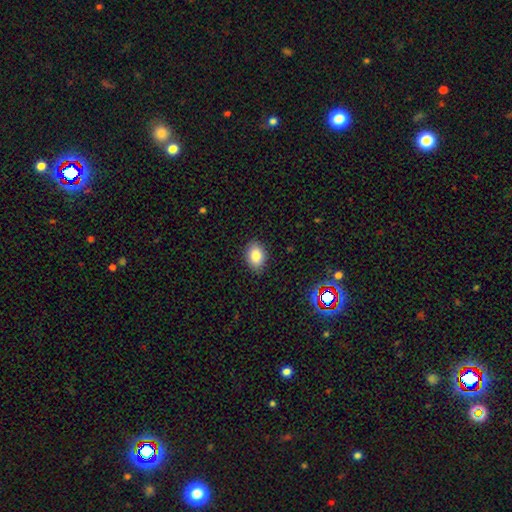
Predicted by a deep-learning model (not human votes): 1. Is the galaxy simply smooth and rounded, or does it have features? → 85% smooth, 9% star or artifact, 6% featured or disk.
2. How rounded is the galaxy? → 77% in between, 21% round, 1% cigar-shaped.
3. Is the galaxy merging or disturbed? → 87% none, 10% minor disturbance, 2% major disturbance, 1% merger.